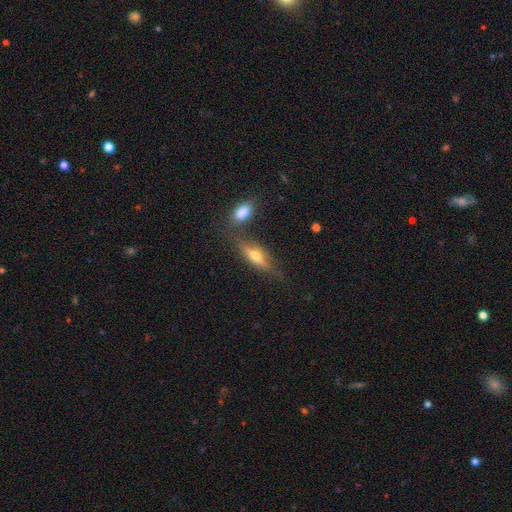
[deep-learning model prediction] This appears to be a featured or disk galaxy (54%) viewed edge-on (91%). Merging: none (71%).